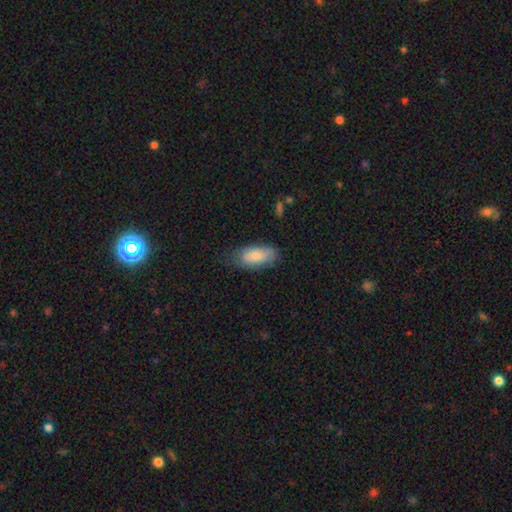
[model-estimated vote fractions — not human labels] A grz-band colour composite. It shows a smooth galaxy with no disk features (82%) that is in between round and cigar-shaped (88%). Merging: none (69%).